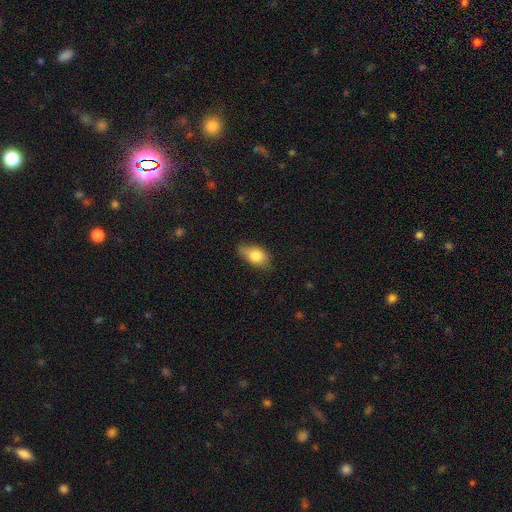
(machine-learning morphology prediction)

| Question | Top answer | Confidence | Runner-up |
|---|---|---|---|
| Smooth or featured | smooth | 79% | featured or disk (13%) |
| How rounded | in between | 87% | round (8%) |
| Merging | none | 64% | minor disturbance (29%) |